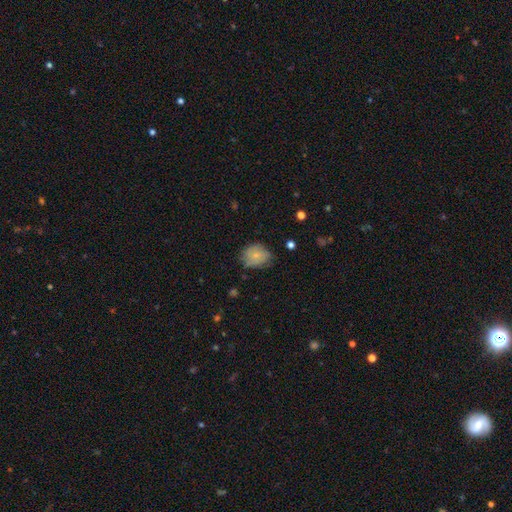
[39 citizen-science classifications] Volunteers were most divided on "smooth or featured": smooth: 67%, featured or disk: 33%, star or artifact: 0%. More confident: how rounded — round (77%); merging — none (67%).